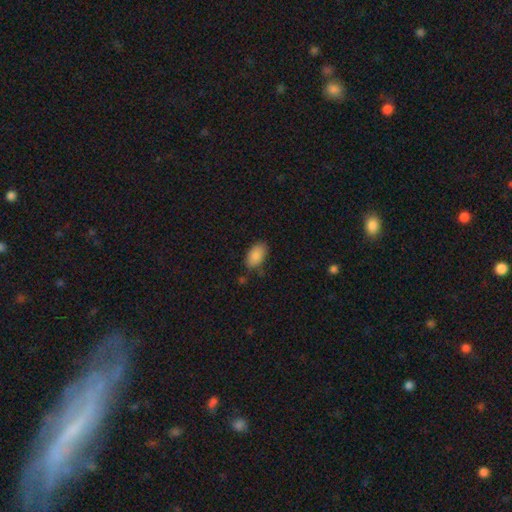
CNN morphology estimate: Smooth or featured? Predicted: smooth (p=0.87). How rounded? Predicted: in between (p=0.93). Merging? Predicted: none (p=0.74).